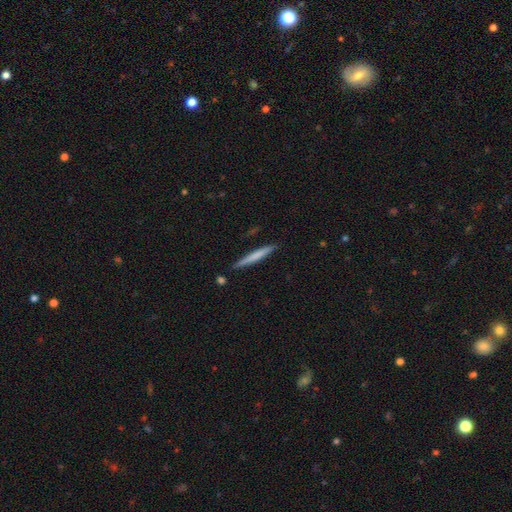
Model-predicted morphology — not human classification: This is likely a smooth galaxy (61%). How rounded: clearly cigar-shaped (96%). Merging: clearly none (88%).